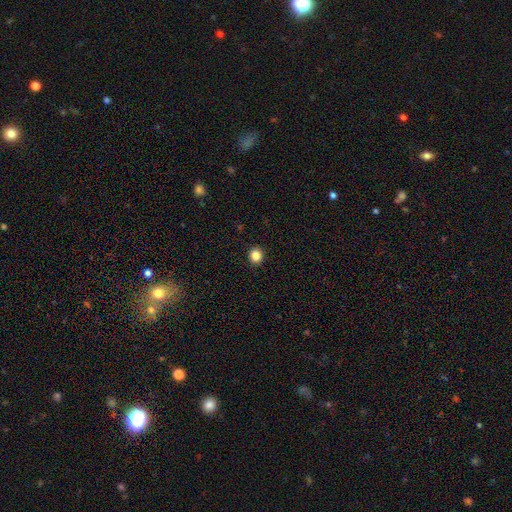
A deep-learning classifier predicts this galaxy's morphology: Smooth or featured?
  - smooth: 85% *
  - star or artifact: 11%
  - featured or disk: 4%
How rounded?
  - round: 89% *
  - in between: 11%
  - cigar-shaped: 1%
Merging?
  - none: 93% *
  - minor disturbance: 5%
  - major disturbance: 1%
  - merger: 1%